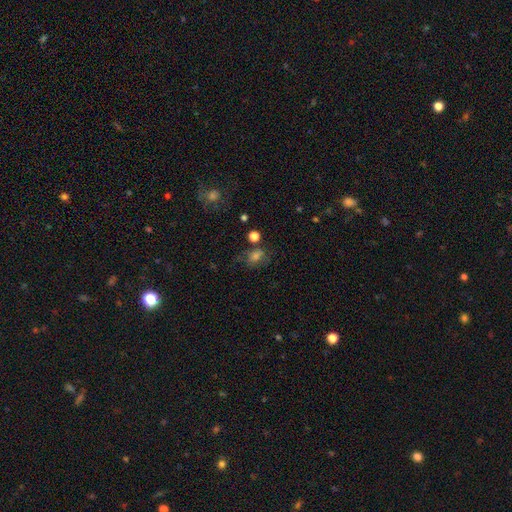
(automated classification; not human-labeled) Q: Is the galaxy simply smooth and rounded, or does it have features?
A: smooth — 55%.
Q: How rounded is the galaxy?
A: in between — 58%.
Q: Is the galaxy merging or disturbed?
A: none — 56%.